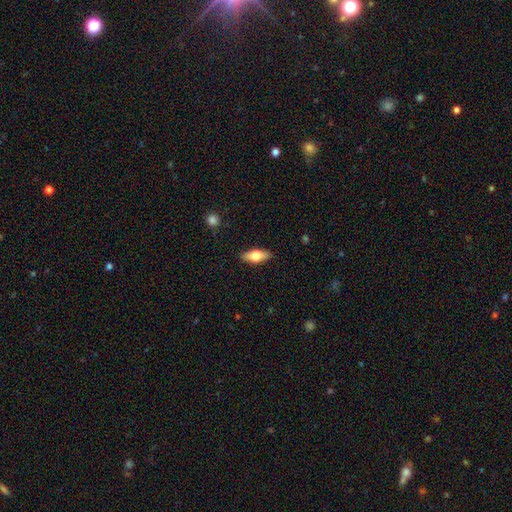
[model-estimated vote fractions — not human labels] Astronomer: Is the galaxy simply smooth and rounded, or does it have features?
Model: smooth — 59% (runner-up: featured or disk, 35%).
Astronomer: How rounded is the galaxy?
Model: in between — 70%.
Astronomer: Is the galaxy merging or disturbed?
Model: none — 88%.